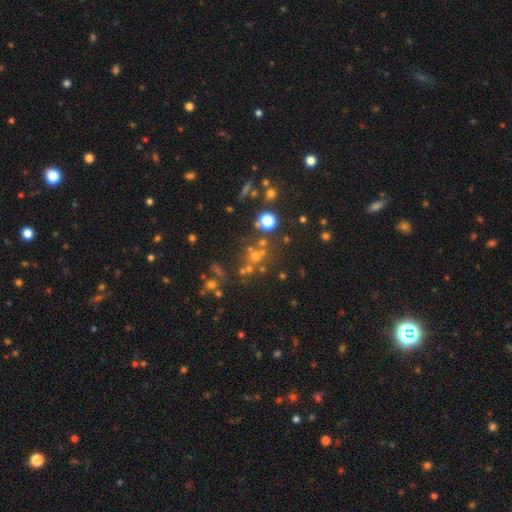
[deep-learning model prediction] A star or artifact, not a galaxy (45%).

Vote fractions:
- Smooth or featured? star or artifact: 45% / smooth: 38% / featured or disk: 17%